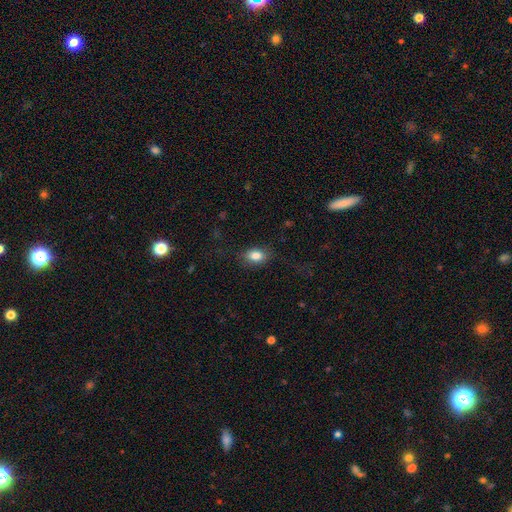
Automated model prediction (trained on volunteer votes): A smooth galaxy with no disk features (84%) that is in between round and cigar-shaped (75%).

Vote fractions:
- Smooth or featured? smooth: 84% / star or artifact: 9% / featured or disk: 8%
- How rounded? in between: 75% / round: 23% / cigar-shaped: 2%
- Merging? none: 80% / minor disturbance: 13% / major disturbance: 6% / merger: 1%